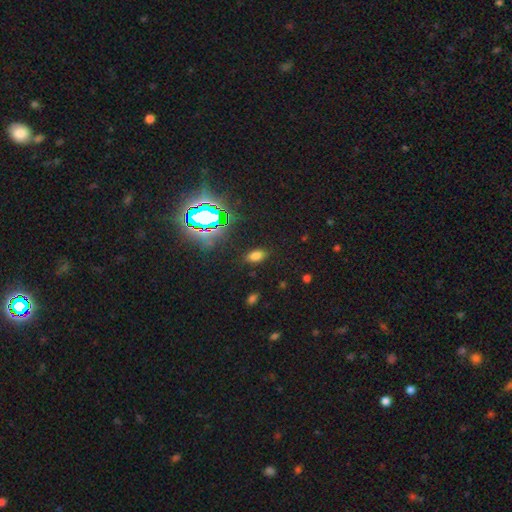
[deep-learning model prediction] This appears to be a smooth galaxy with no disk features (68%) that is in between round and cigar-shaped (90%). Merging: none (86%).